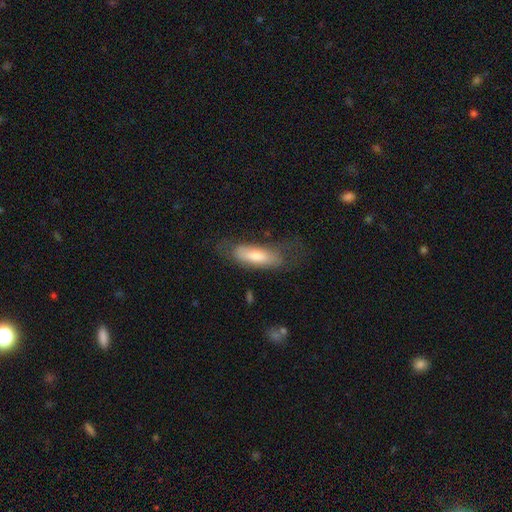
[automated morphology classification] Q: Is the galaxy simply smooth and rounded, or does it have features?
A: smooth — 66%.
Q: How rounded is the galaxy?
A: in between — 59%.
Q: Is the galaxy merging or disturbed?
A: none — 54%.